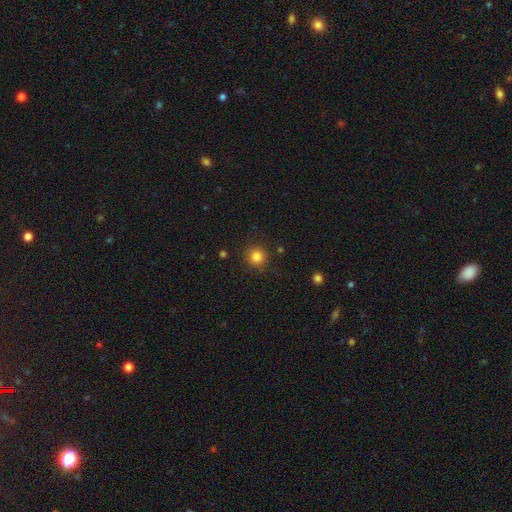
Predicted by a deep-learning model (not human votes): A smooth galaxy with no disk features (83%) that is round (93%).

Vote fractions:
- Smooth or featured? smooth: 83% / star or artifact: 12% / featured or disk: 5%
- How rounded? round: 93% / in between: 6% / cigar-shaped: 1%
- Merging? none: 88% / minor disturbance: 8% / major disturbance: 2% / merger: 2%